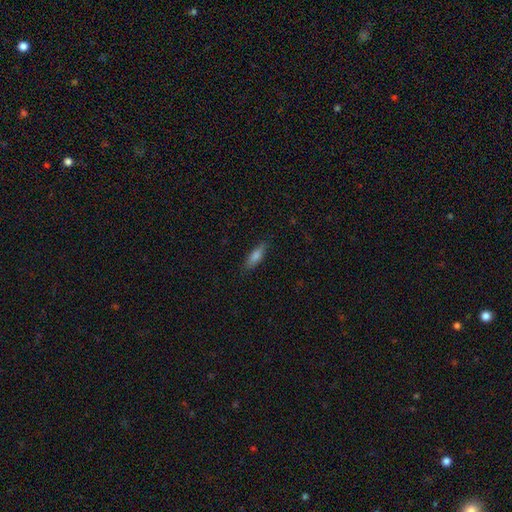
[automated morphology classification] Smooth or featured?
  - smooth: 77% *
  - featured or disk: 15%
  - star or artifact: 8%
How rounded?
  - cigar-shaped: 49% * (tied)
  - in between: 49% * (tied)
  - round: 2%
Merging?
  - none: 85% *
  - minor disturbance: 12%
  - major disturbance: 2%
  - merger: 1%